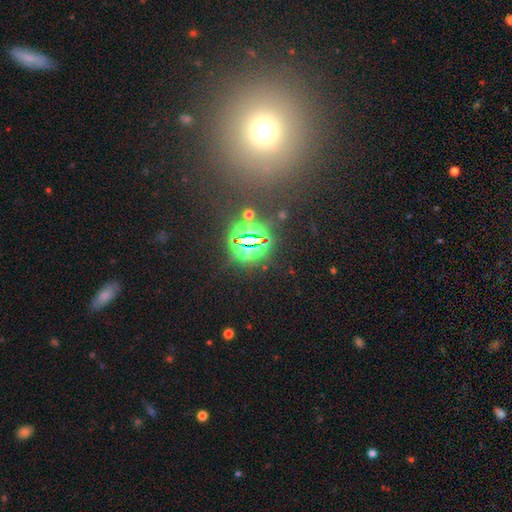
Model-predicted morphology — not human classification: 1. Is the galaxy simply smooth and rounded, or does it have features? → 73% star or artifact, 19% smooth, 9% featured or disk.